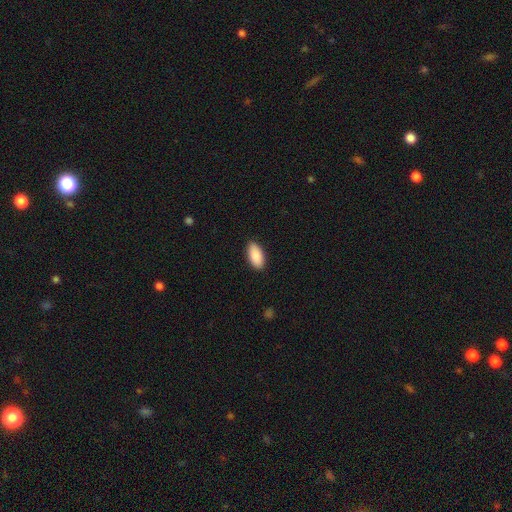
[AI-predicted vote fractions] Smooth or featured?
  - smooth: 91% *
  - star or artifact: 6%
  - featured or disk: 4%
How rounded?
  - in between: 93% *
  - cigar-shaped: 5%
  - round: 2%
Merging?
  - none: 89% *
  - minor disturbance: 8%
  - major disturbance: 2%
  - merger: 1%